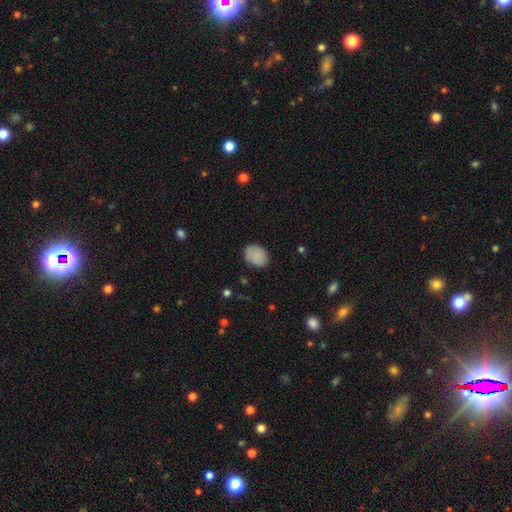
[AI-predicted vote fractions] smooth 84%, star or artifact 8%, featured or disk 8%. Down the decision tree: how rounded — in between (55%); merging — none (75%).